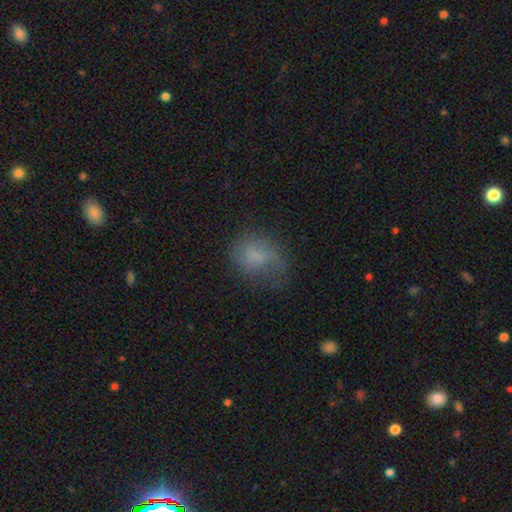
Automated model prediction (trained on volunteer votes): A smooth galaxy with no disk features (72%) that is in between round and cigar-shaped (59%). Merging: none (51%).